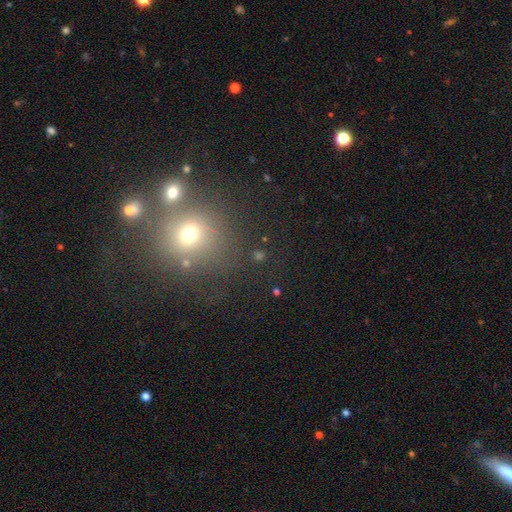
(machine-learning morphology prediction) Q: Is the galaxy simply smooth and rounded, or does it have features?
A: smooth — 51%.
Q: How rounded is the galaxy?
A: round — 87%.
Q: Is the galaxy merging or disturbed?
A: none — 74%.